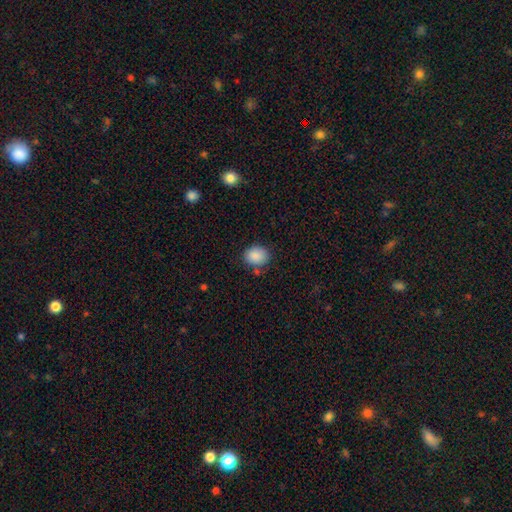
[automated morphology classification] smooth 87%, star or artifact 8%, featured or disk 4%. Down the decision tree: how rounded — round (57%); merging — none (78%).